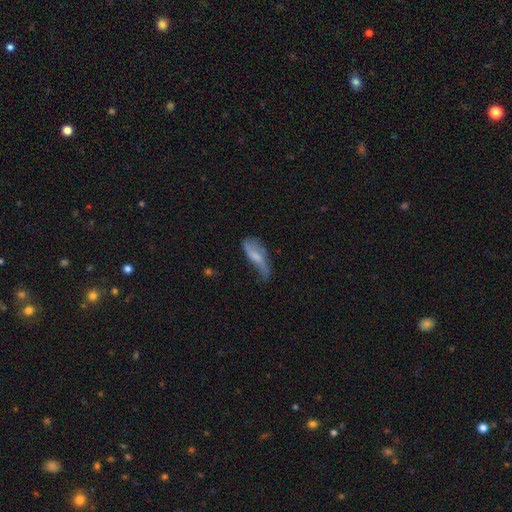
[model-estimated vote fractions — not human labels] smooth-or-featured: smooth: 47% | featured or disk: 45% | star or artifact: 8%
  merging: minor disturbance: 34% | none: 33% | major disturbance: 28% | merger: 5%